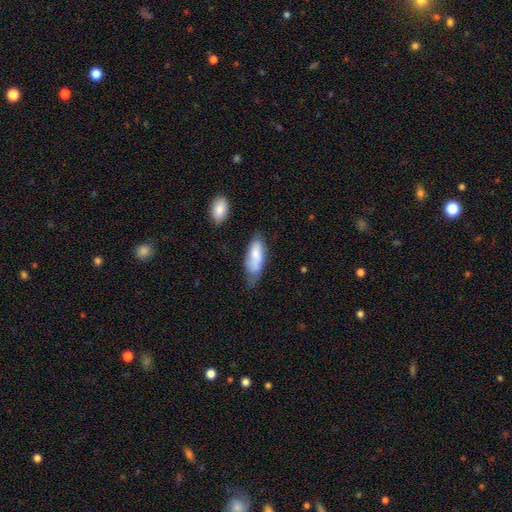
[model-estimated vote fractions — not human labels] A smooth galaxy with no disk features (75%) that is in between round and cigar-shaped (72%). Merging: none (47%).